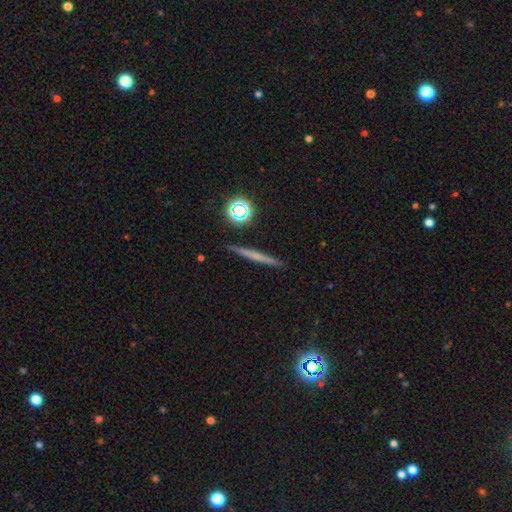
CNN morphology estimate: Overall: featured or disk (45%; smooth 44%). Merging: none (91%).